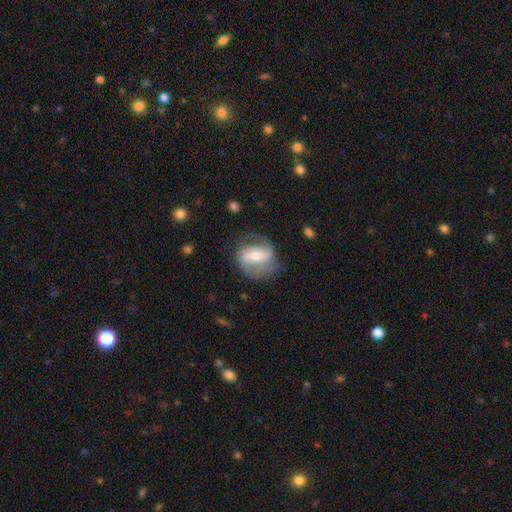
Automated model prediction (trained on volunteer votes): Smooth or featured? Predicted: featured or disk (p=0.70). Edge-on disk? Predicted: no (p=0.95). Bar? Predicted: strong (p=0.47). Spiral arms? Predicted: yes (p=0.77). Spiral winding? Predicted: medium (p=0.43). Spiral arm count? Predicted: 2 (p=0.78). Bulge size? Predicted: moderate (p=0.59). Merging? Predicted: none (p=0.63).